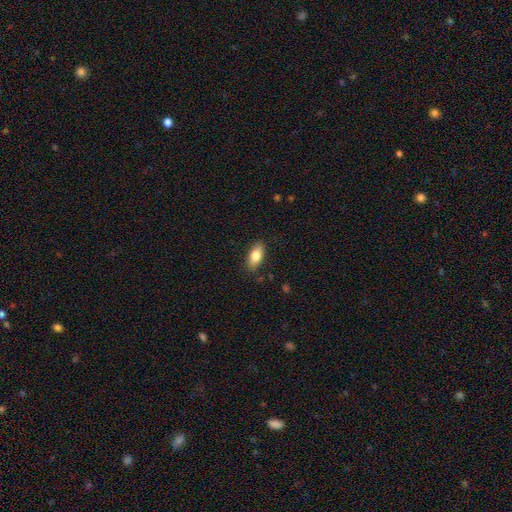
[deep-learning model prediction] Smooth or featured? Predicted: smooth (p=0.80). How rounded? Predicted: in between (p=0.87). Merging? Predicted: none (p=0.86).